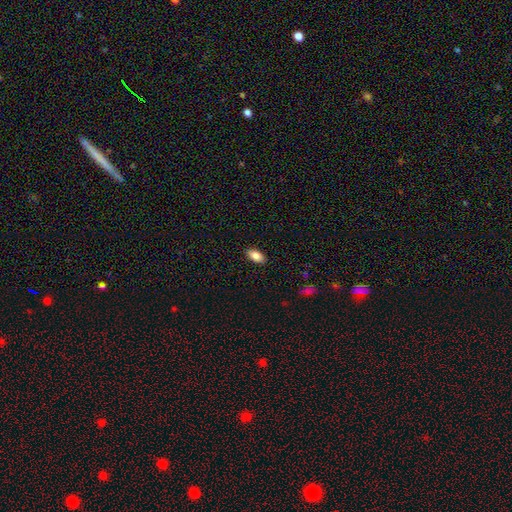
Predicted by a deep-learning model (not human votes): A smooth galaxy with no disk features (84%) that is in between round and cigar-shaped (91%). Merging: none (89%).